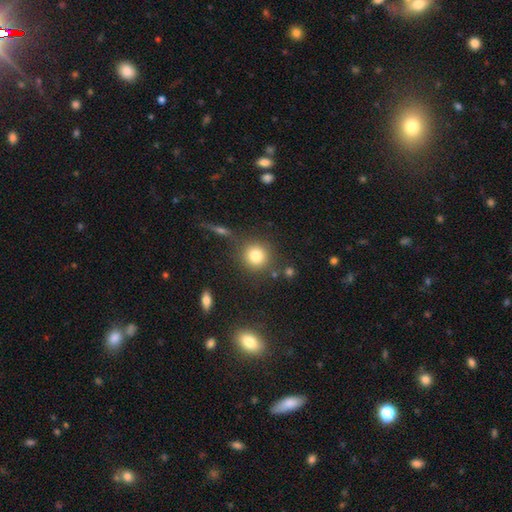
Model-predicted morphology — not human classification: This appears to be a smooth galaxy with no disk features (81%) that is round (91%). Merging: none (80%).